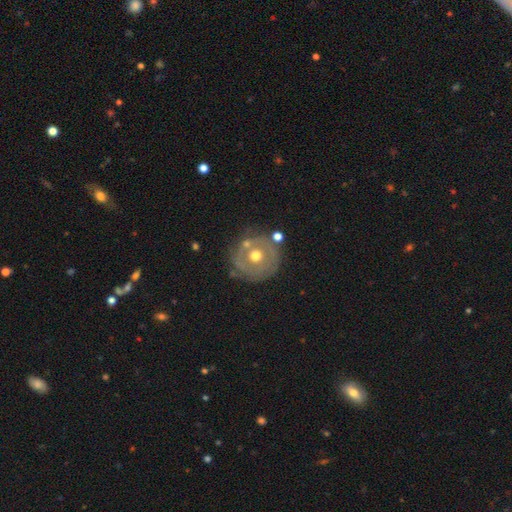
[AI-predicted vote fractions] featured or disk 58%, smooth 35%, star or artifact 7%. Down the decision tree: edge-on disk — no (96%); bar — no (89%); spiral arms — no (70%); bulge size — moderate (81%); merging — none (72%).